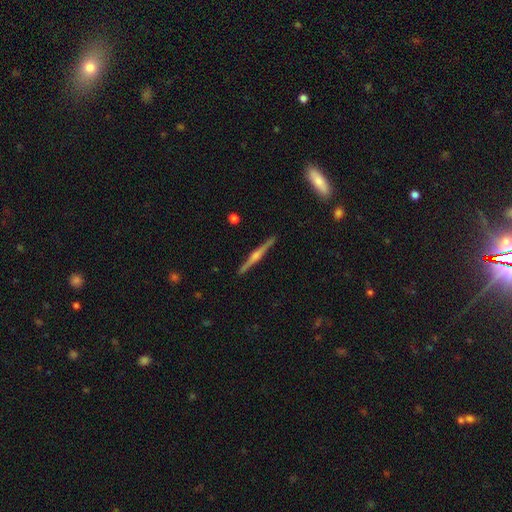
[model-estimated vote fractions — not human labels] Overall: featured or disk (81%). Edge-on disk: yes (99%). Edge-on bulge: rounded (83%). Merging: none (92%).